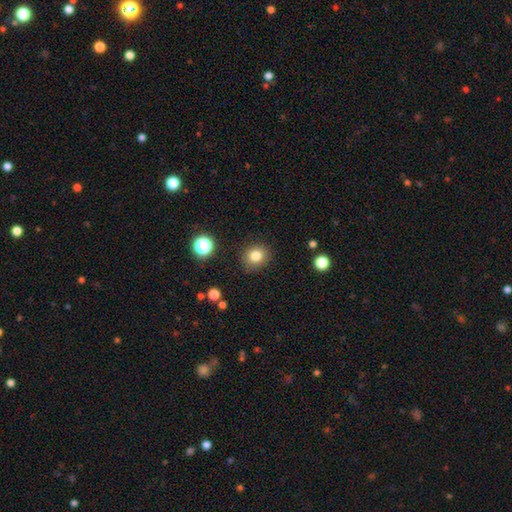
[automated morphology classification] Smooth or featured? Predicted: smooth (p=0.81). How rounded? Predicted: round (p=0.78). Merging? Predicted: none (p=0.87).